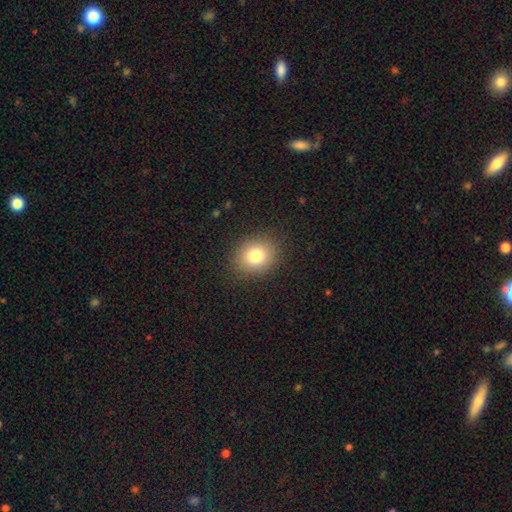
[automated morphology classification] smooth-or-featured: smooth: 80% | star or artifact: 12% | featured or disk: 9%
  how-rounded: round: 64% | in between: 35% | cigar-shaped: 1%
  merging: none: 88% | minor disturbance: 8% | major disturbance: 3% | merger: 1%